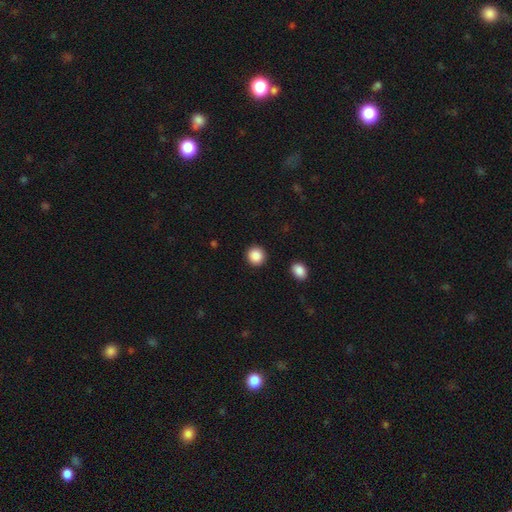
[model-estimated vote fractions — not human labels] Smooth or featured? smooth (88%)
How rounded? round (93%)
Merging? none (91%)